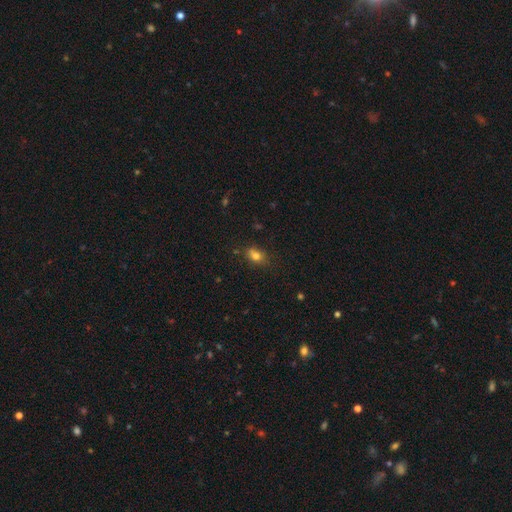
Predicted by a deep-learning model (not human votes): Smooth or featured?
  - smooth: 76% *
  - star or artifact: 13%
  - featured or disk: 11%
How rounded?
  - in between: 64% *
  - round: 34%
  - cigar-shaped: 3%
Merging?
  - none: 66% *
  - minor disturbance: 20%
  - merger: 9%
  - major disturbance: 5%